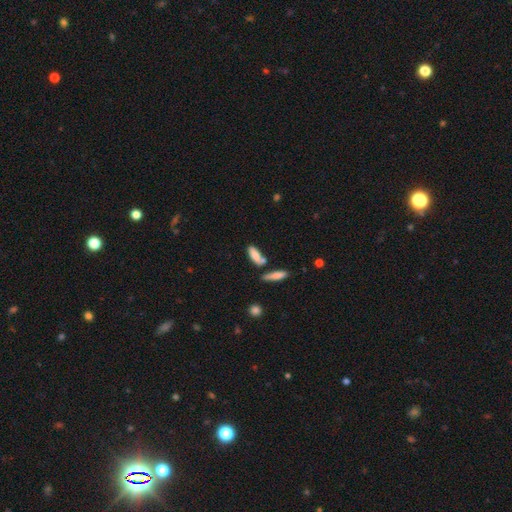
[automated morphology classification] smooth-or-featured: smooth: 80% | featured or disk: 12% | star or artifact: 8%
  how-rounded: in between: 64% | cigar-shaped: 34% | round: 2%
  merging: none: 51% | merger: 28% | minor disturbance: 16% | major disturbance: 5%